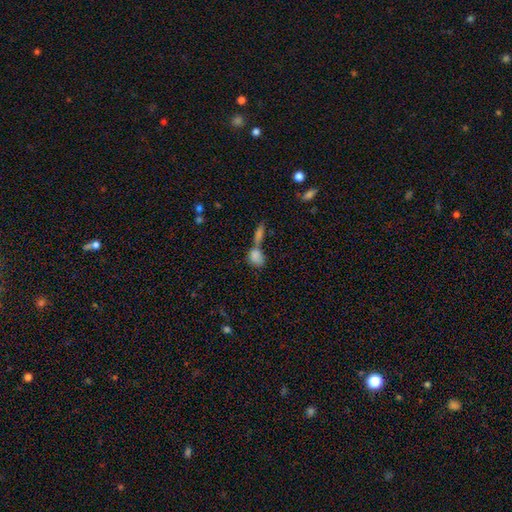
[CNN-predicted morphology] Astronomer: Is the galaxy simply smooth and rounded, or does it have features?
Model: smooth — 80%.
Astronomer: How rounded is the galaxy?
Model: in between — 63%.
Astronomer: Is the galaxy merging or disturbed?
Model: merger — 57%.